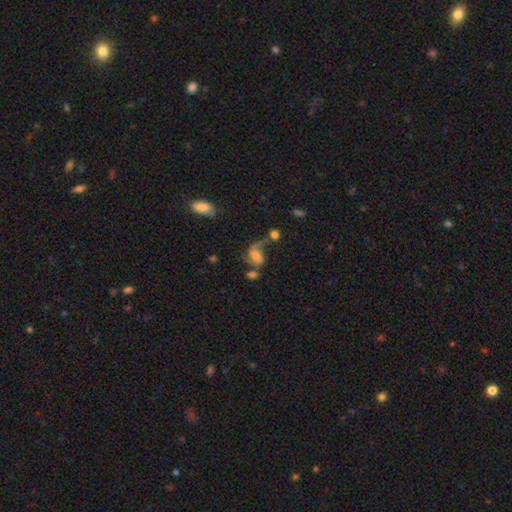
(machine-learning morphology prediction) Smooth or featured?
  - featured or disk: 63% *
  - smooth: 27%
  - star or artifact: 11%
Edge-on disk?
  - no: 97% *
  - yes: 3%
Bar?
  - no: 58% *
  - weak: 33%
  - strong: 9%
Spiral arms?
  - yes: 86% *
  - no: 14%
Spiral winding?
  - loose: 66% *
  - medium: 27%
  - tight: 7%
Spiral arm count?
  - 2: 62% *
  - 1: 31%
  - can't tell: 4%
  - 3: 1%
  - 4: 1%
  - more than 4: 1%
Bulge size?
  - moderate: 37% *
  - small: 31%
  - none: 17%
  - large: 13%
  - dominant: 3%
Merging?
  - none: 28% * (tied)
  - merger: 28% * (tied)
  - major disturbance: 28% * (tied)
  - minor disturbance: 16%